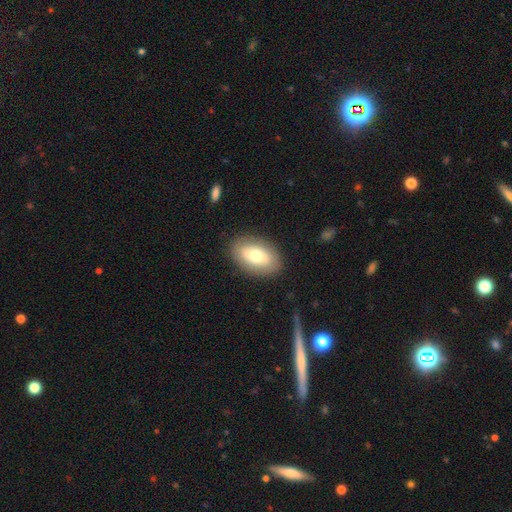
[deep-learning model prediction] smooth_or_featured: smooth (p=0.68) [alt: featured or disk p=0.25]
how_rounded: in between (p=0.91) [alt: round p=0.07]
merging: none (p=0.86) [alt: minor disturbance p=0.10]